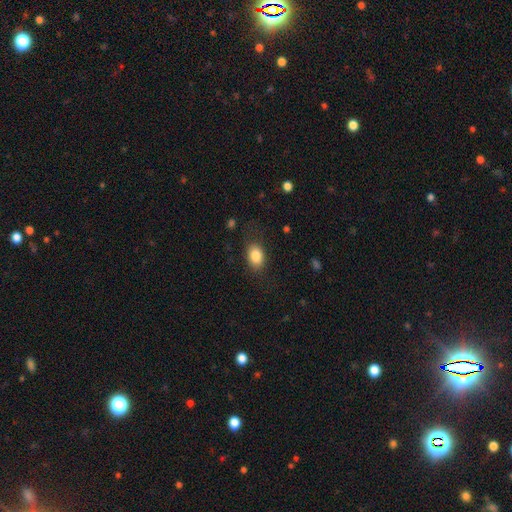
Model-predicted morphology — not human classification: A smooth galaxy with no disk features (85%) that is in between round and cigar-shaped (76%). Merging: none (79%).